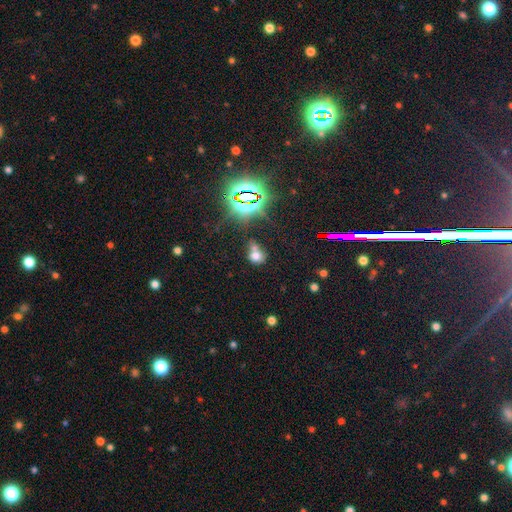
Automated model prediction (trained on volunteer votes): Morphology: type=smooth (62%); roundness=round (66%); merging=merger (43%).